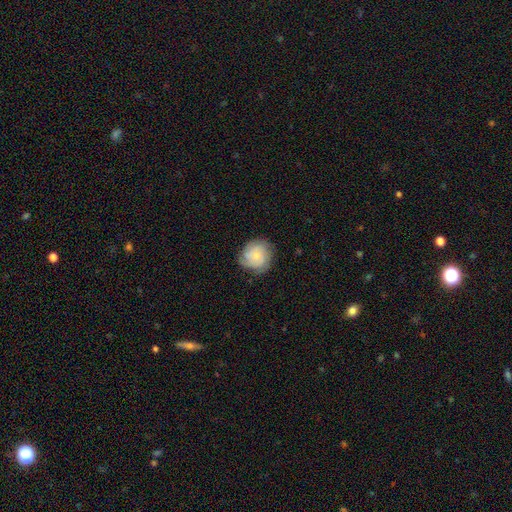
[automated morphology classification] Smooth or featured?
  - featured or disk: 46% * (tied)
  - smooth: 46% * (tied)
  - star or artifact: 8%
Merging?
  - none: 73% *
  - minor disturbance: 20%
  - major disturbance: 6%
  - merger: 1%